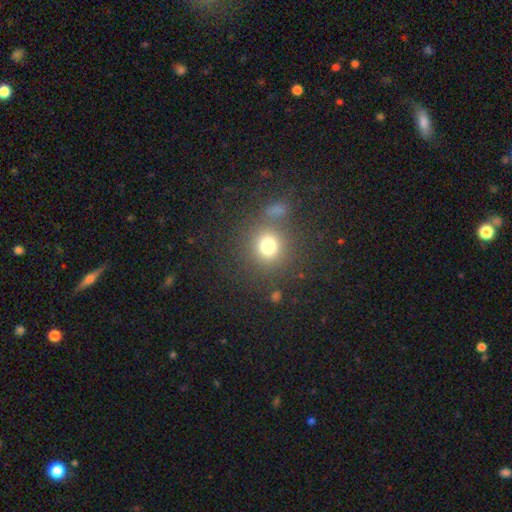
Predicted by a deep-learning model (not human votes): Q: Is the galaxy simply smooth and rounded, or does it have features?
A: smooth — 59%.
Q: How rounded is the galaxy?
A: round — 91%.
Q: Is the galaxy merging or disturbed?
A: none — 73%.